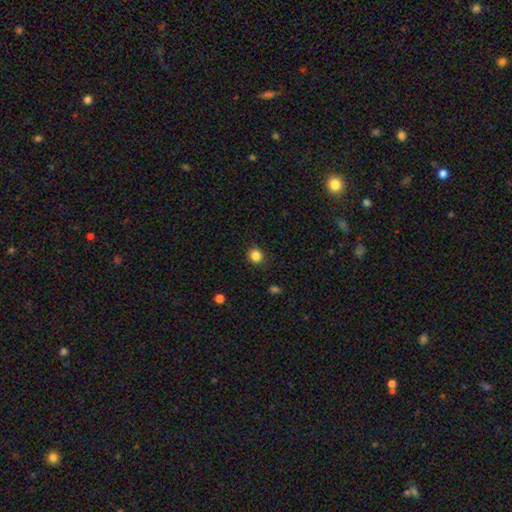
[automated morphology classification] smooth_or_featured: smooth (p=0.85) [alt: star or artifact p=0.11]
how_rounded: round (p=0.89) [alt: in between p=0.10]
merging: none (p=0.90) [alt: minor disturbance p=0.07]